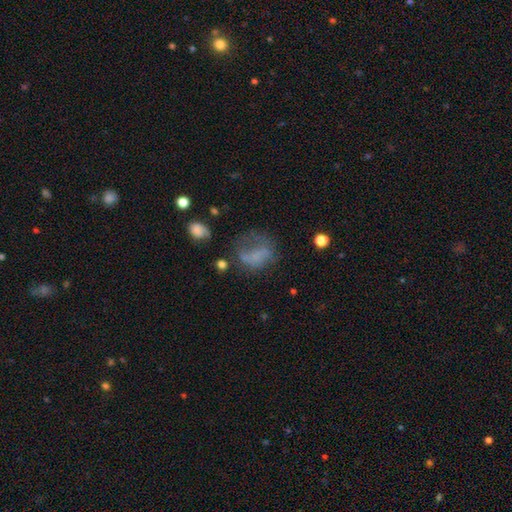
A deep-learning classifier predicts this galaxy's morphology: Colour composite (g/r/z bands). It shows a smooth galaxy with no disk features (51%) that is in between round and cigar-shaped (55%). Merging: major disturbance (38%).